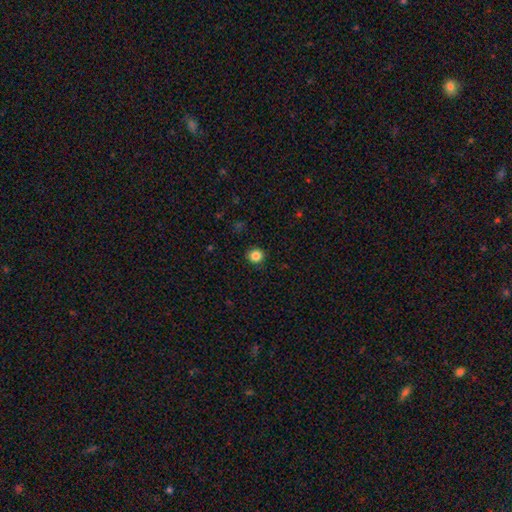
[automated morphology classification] A smooth galaxy with no disk features (85%) that is round (90%). Merging: none (92%).